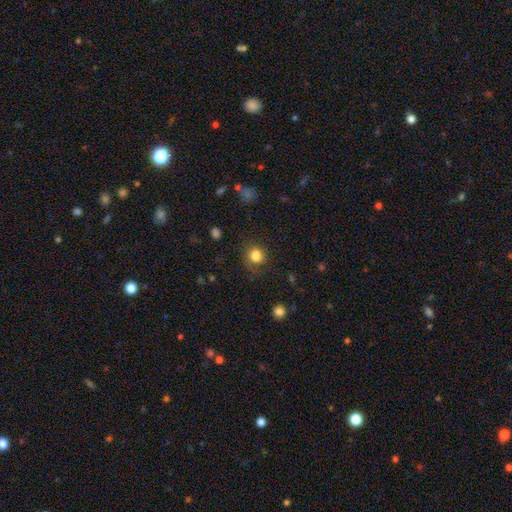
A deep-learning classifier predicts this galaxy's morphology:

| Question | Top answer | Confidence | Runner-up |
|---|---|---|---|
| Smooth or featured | smooth | 83% | star or artifact (11%) |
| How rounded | round | 77% | in between (23%) |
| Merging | none | 73% | minor disturbance (18%) |